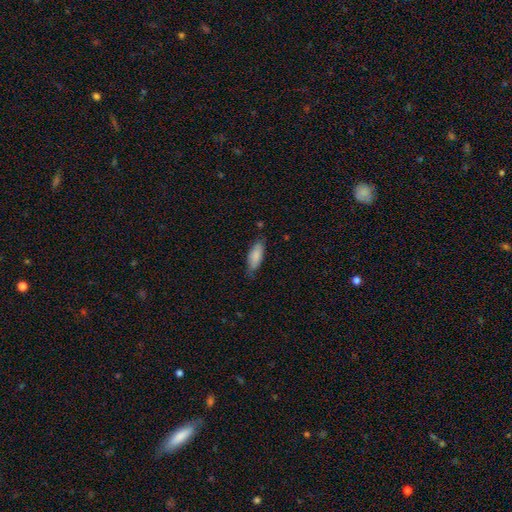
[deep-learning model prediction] Q: Smooth or featured?
A: smooth (83%); runner-up: featured or disk (11%)
Q: How rounded?
A: in between (71%); runner-up: cigar-shaped (27%)
Q: Merging?
A: none (70%); runner-up: minor disturbance (24%)